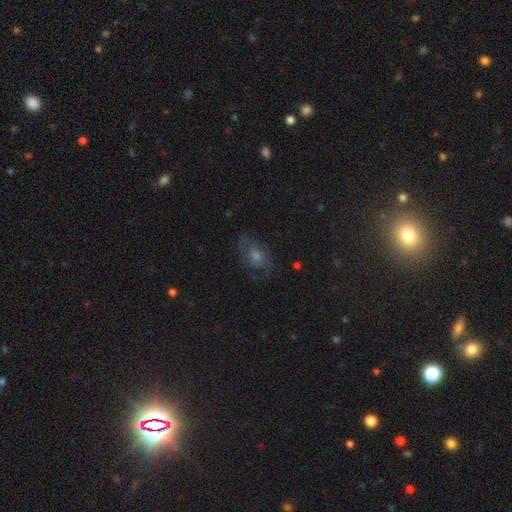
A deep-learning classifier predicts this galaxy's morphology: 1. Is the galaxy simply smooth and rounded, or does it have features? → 52% featured or disk, 25% smooth, 22% star or artifact.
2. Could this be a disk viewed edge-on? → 94% no, 6% yes.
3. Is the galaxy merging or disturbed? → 69% none, 18% minor disturbance, 12% major disturbance, 2% merger.